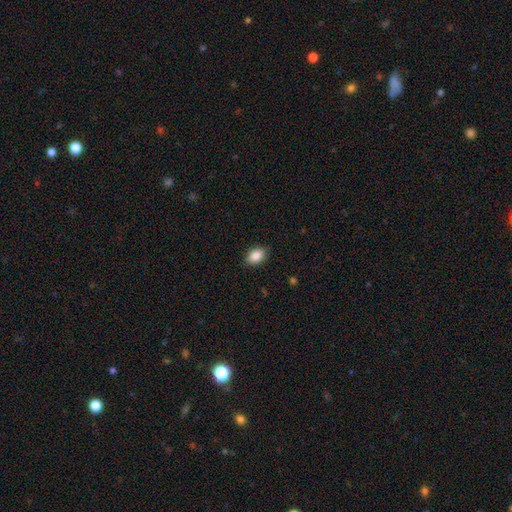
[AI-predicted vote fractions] This is clearly a smooth galaxy (88%). How rounded: clearly in between (86%). Merging: clearly none (87%).